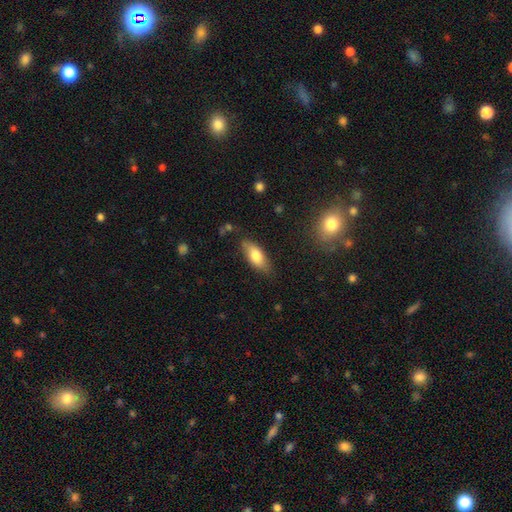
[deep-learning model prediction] The model was most divided on "merging": none: 76%, minor disturbance: 18%, major disturbance: 4%, merger: 2%. More confident: how rounded — in between (83%); smooth or featured — smooth (77%).